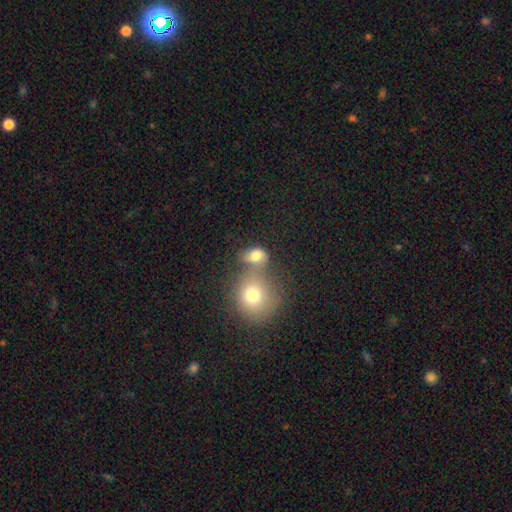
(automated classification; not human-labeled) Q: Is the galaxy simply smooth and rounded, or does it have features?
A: smooth — 74%.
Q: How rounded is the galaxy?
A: in between — 53%.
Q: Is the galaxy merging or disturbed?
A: merger — 45%.